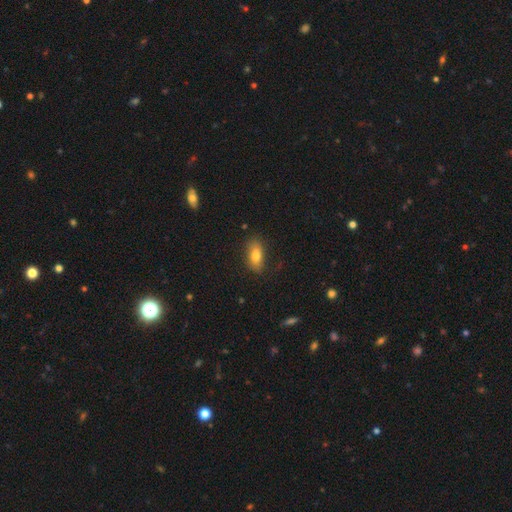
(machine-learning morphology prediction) A smooth galaxy with no disk features (77%) that is in between round and cigar-shaped (86%). Merging: none (77%).